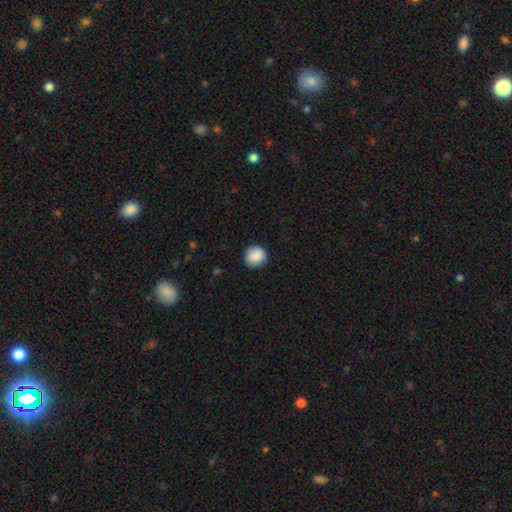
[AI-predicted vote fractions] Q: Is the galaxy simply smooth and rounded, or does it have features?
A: smooth — 89%.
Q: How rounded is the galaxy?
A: round — 93%.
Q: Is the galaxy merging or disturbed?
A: none — 90%.